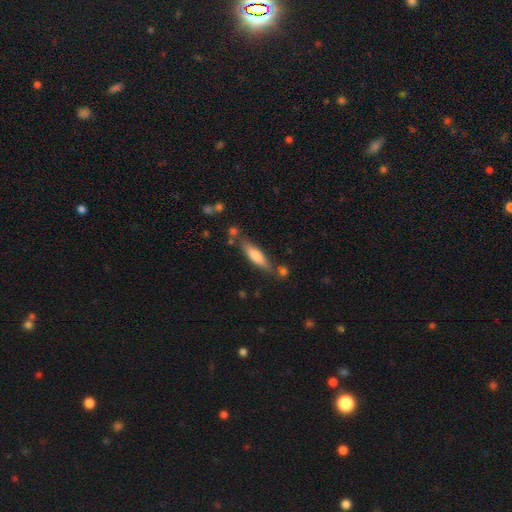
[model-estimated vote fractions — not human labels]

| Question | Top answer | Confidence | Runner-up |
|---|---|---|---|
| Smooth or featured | smooth | 68% | featured or disk (26%) |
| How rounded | cigar-shaped | 67% | in between (31%) |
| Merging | none | 75% | minor disturbance (15%) |